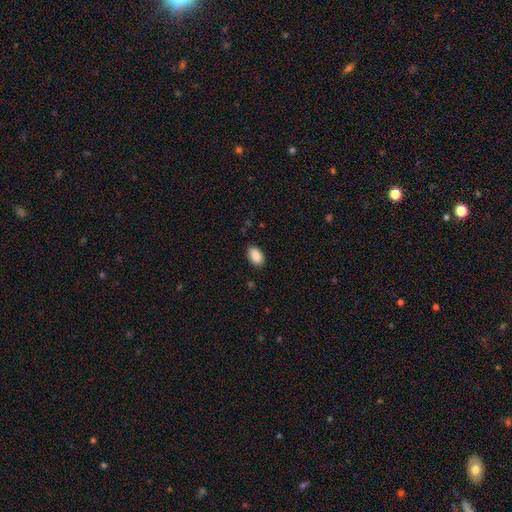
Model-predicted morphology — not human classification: This appears to be a smooth galaxy with no disk features (89%) that is in between round and cigar-shaped (93%). Merging: none (86%).